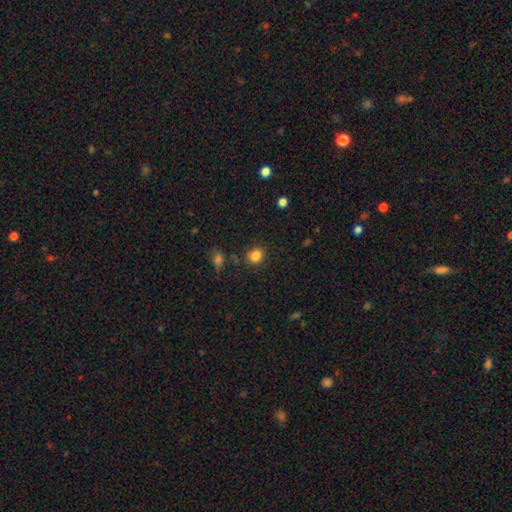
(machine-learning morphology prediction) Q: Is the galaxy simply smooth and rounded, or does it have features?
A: smooth — 84%.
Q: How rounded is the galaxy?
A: round — 74%.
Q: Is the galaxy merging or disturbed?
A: none — 84%.